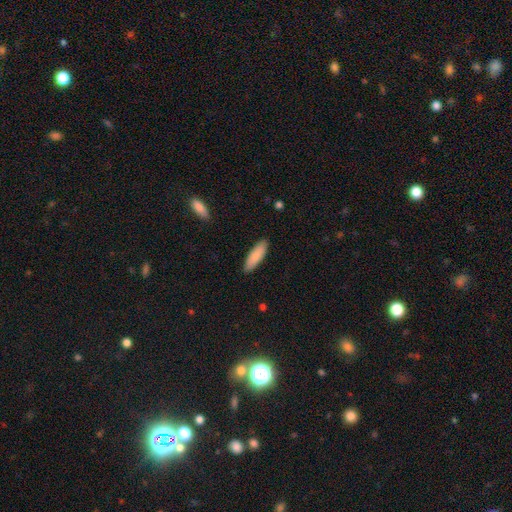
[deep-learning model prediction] This is clearly a smooth galaxy (88%). How rounded: possibly cigar-shaped (56%). Merging: clearly none (90%).